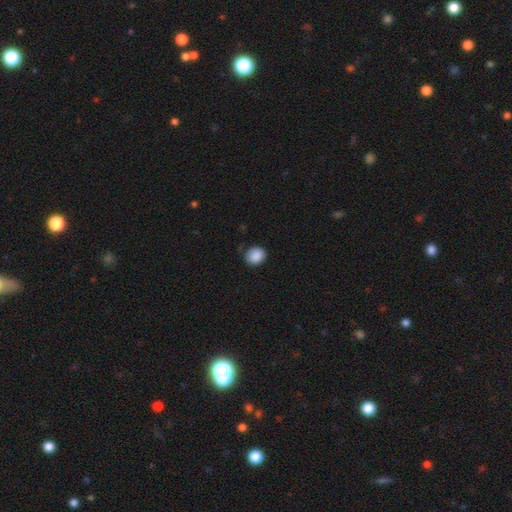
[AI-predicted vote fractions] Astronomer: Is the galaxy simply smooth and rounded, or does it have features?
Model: smooth — 89%.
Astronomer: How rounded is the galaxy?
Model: round — 72%.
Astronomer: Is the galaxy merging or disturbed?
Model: none — 83%.